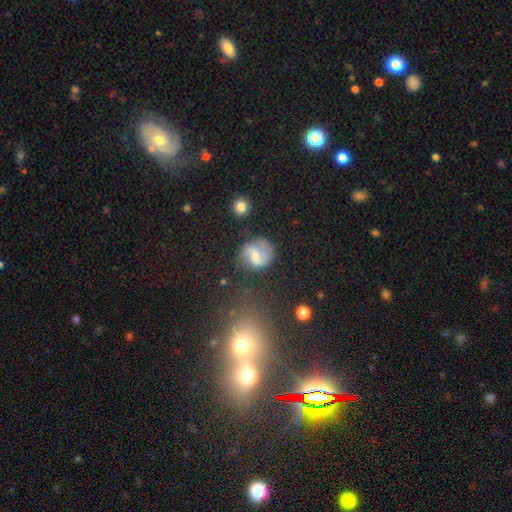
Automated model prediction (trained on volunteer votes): This is possibly a featured or disk galaxy (59%). It is clearly not viewed edge-on (98%). Bar: possibly weak (53%). Spiral arm pattern: clearly yes (85%). Central bulge: marginally small (36%, tied with moderate). Merging: likely none (65%).